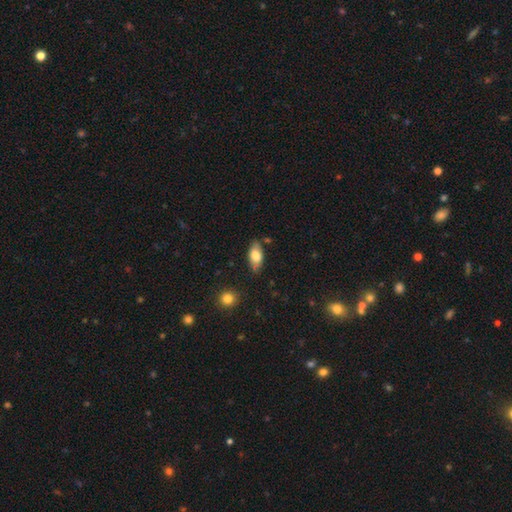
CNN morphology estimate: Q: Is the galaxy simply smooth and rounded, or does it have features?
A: smooth — 76%.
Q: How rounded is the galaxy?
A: in between — 88%.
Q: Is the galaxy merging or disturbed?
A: none — 76%.